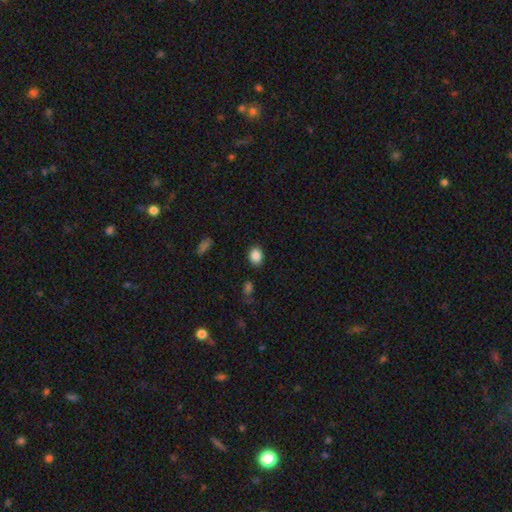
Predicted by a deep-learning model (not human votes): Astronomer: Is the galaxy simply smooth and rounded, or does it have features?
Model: smooth — 86%.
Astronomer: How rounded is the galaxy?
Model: in between — 63%.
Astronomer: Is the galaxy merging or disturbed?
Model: none — 87%.